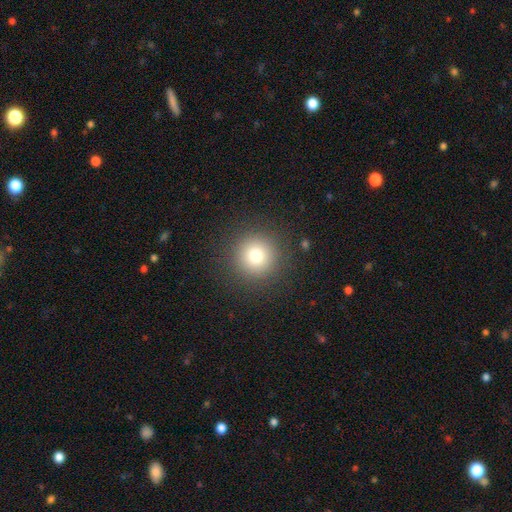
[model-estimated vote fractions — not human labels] Smooth or featured: smooth — 78% (star or artifact — 13%)
How rounded: round — 95% (in between — 4%)
Merging: none — 90% (minor disturbance — 6%)